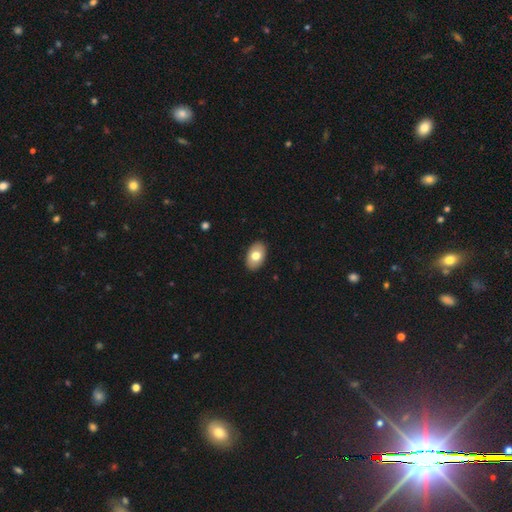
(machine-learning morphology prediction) The model was most divided on "smooth or featured": smooth: 75%, featured or disk: 19%, star or artifact: 7%. More confident: how rounded — in between (91%); merging — none (90%).